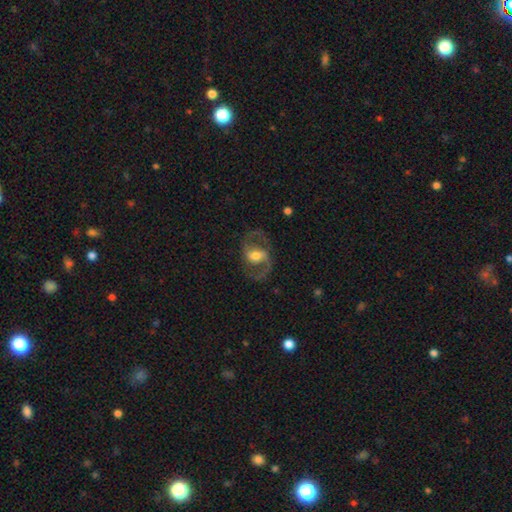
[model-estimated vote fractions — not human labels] Smooth or featured? Predicted: featured or disk (p=0.83). Edge-on disk? Predicted: no (p=0.97). Bar? Predicted: weak (p=0.44). Spiral arms? Predicted: yes (p=0.91). Spiral winding? Predicted: medium (p=0.58). Spiral arm count? Predicted: 2 (p=0.92). Bulge size? Predicted: moderate (p=0.63). Merging? Predicted: none (p=0.76).